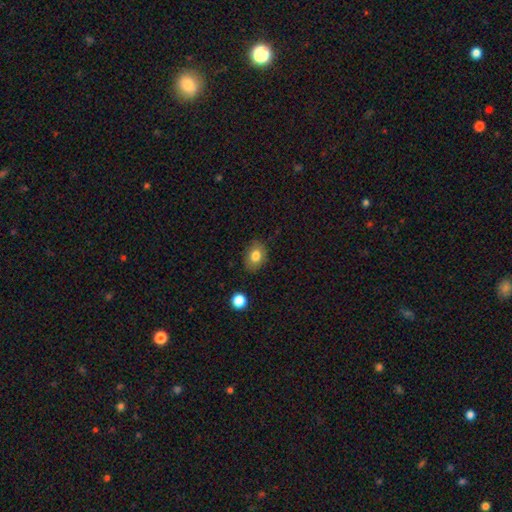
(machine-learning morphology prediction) Smooth or featured: smooth — 81% (featured or disk — 10%)
How rounded: in between — 67% (round — 32%)
Merging: none — 81% (minor disturbance — 14%)